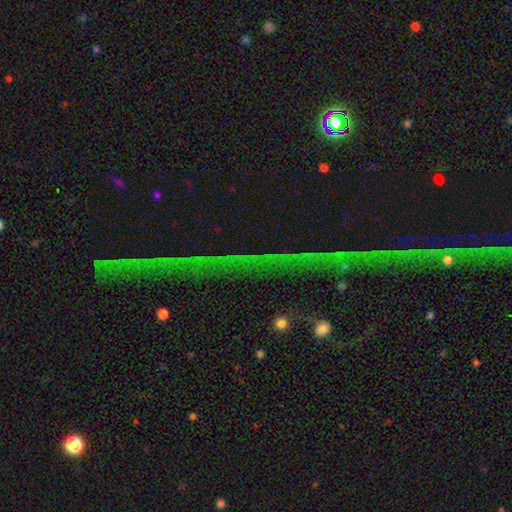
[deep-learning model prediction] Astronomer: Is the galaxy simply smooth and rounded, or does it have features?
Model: star or artifact — 76%.